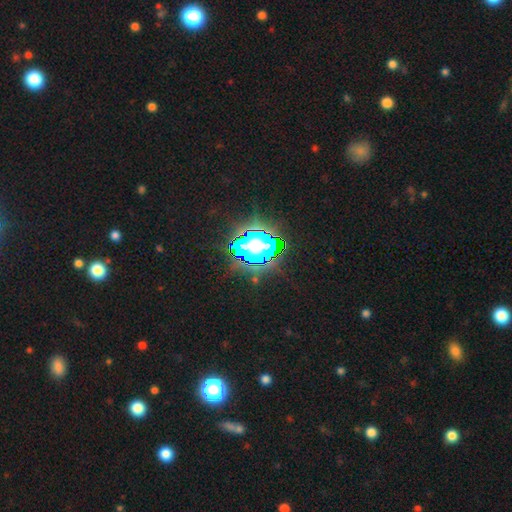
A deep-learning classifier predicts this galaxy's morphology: This is likely a star or artifact rather than a galaxy (70%).